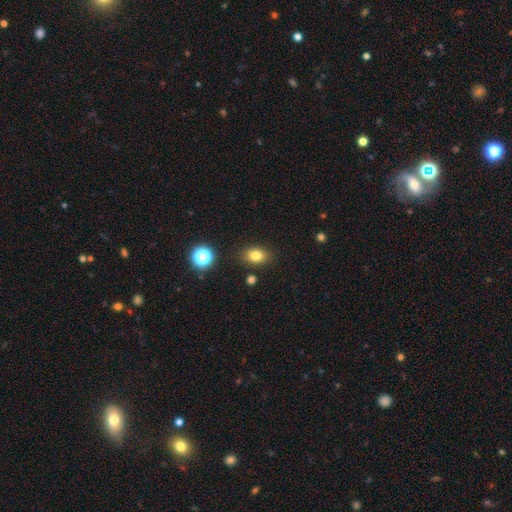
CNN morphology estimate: A smooth galaxy with no disk features (80%) that is in between round and cigar-shaped (67%).

Vote fractions:
- Smooth or featured? smooth: 80% / star or artifact: 13% / featured or disk: 8%
- How rounded? in between: 67% / round: 31% / cigar-shaped: 1%
- Merging? none: 85% / minor disturbance: 10% / merger: 3% / major disturbance: 3%